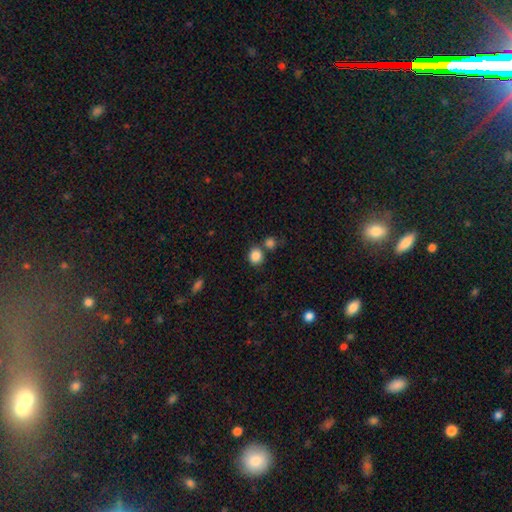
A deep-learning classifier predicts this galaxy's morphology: smooth 86%, star or artifact 10%, featured or disk 4%. Down the decision tree: how rounded — round (79%); merging — none (67%).